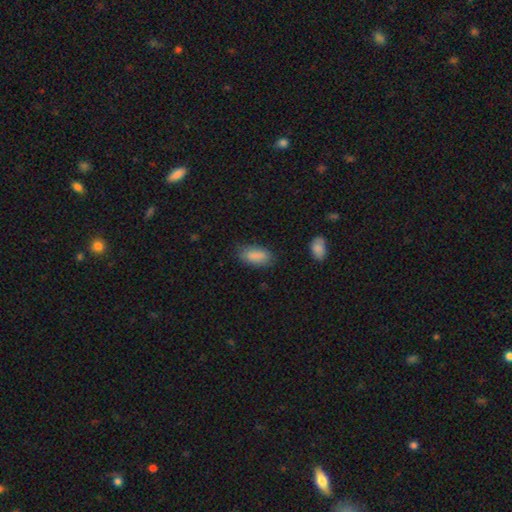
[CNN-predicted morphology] Smooth or featured? Predicted: smooth (p=0.87). How rounded? Predicted: in between (p=0.89). Merging? Predicted: none (p=0.75).